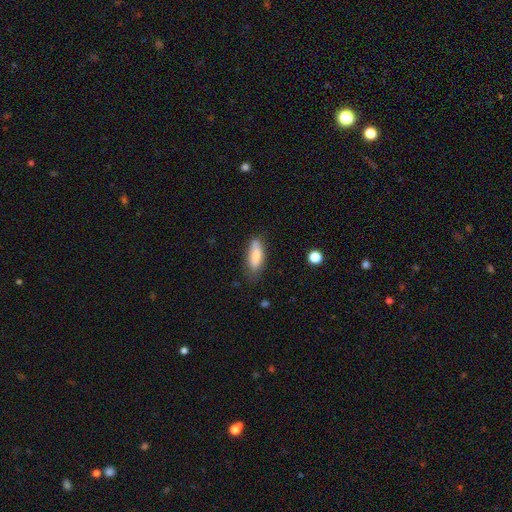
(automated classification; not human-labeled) The model was most divided on "merging": none: 63%, minor disturbance: 27%, major disturbance: 7%, merger: 3%. More confident: smooth or featured — smooth (79%); how rounded — in between (67%).